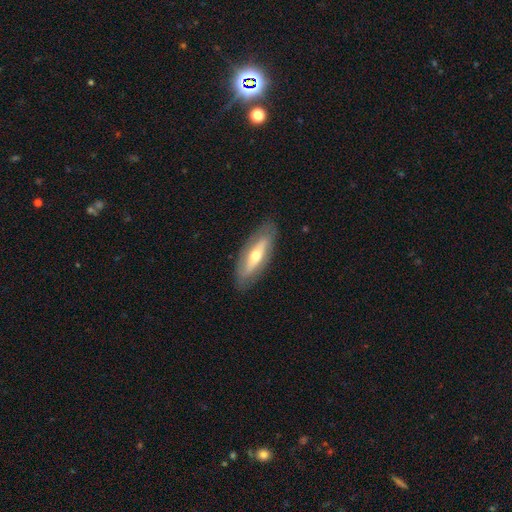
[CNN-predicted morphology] type=featured or disk (55%); edge-on=no (57%); merging=none (83%).